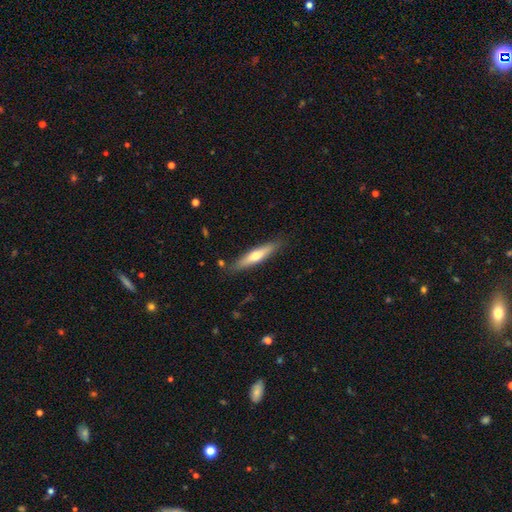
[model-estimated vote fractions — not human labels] A smooth galaxy with no disk features (53%) that is cigar-shaped (85%).

Vote fractions:
- Smooth or featured? smooth: 53% / featured or disk: 42% / star or artifact: 6%
- How rounded? cigar-shaped: 85% / in between: 14% / round: 1%
- Merging? none: 85% / minor disturbance: 11% / major disturbance: 2% / merger: 2%